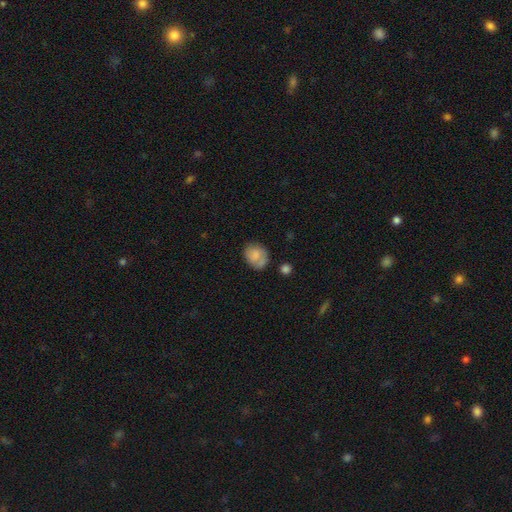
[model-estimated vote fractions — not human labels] Smooth or featured? smooth (74%)
How rounded? round (50%)
Merging? none (58%)